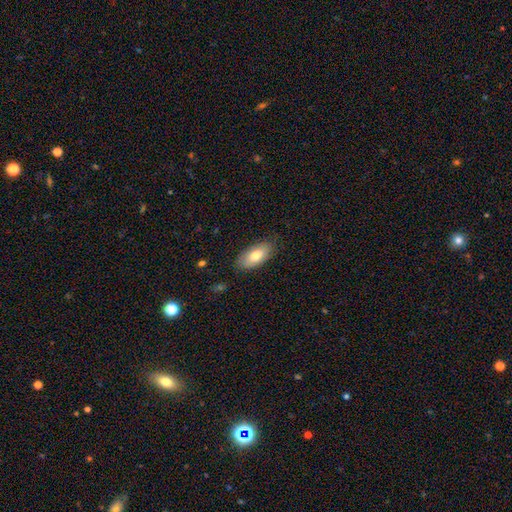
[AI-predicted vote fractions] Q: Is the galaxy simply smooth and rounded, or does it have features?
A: smooth — 75%.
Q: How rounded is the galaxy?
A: in between — 92%.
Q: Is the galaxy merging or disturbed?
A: none — 82%.